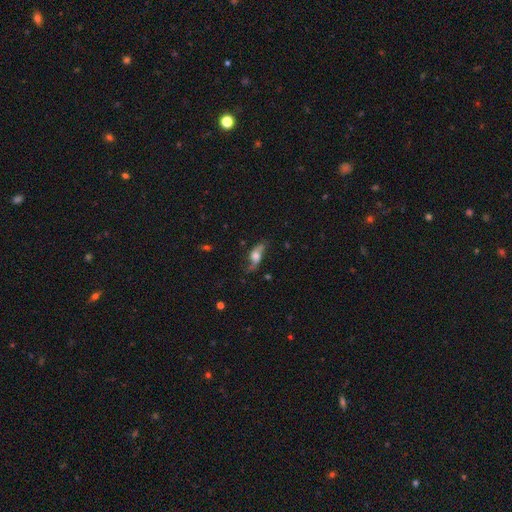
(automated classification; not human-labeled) featured or disk 66%, smooth 25%, star or artifact 9%. Down the decision tree: edge-on disk — no (71%); merging — none (65%).